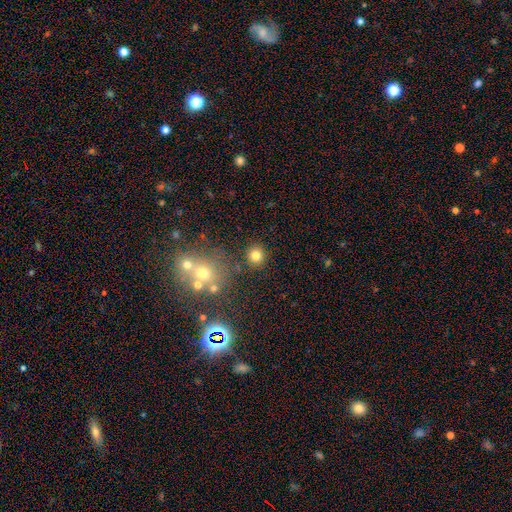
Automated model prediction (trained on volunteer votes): smooth 78%, star or artifact 15%, featured or disk 7%. Down the decision tree: how rounded — round (90%); merging — none (85%).